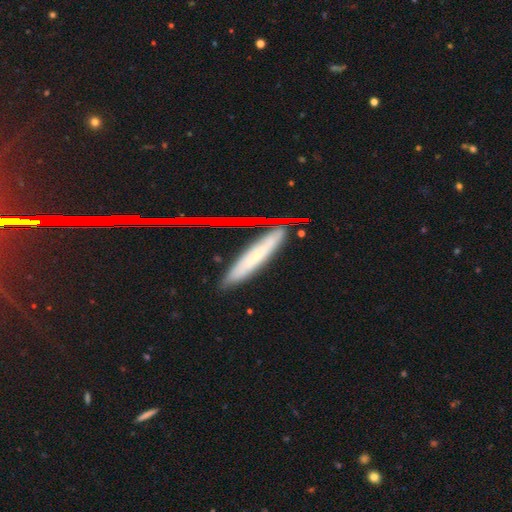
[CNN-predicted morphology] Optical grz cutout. It shows a featured or disk galaxy (48%). Merging: none (79%).